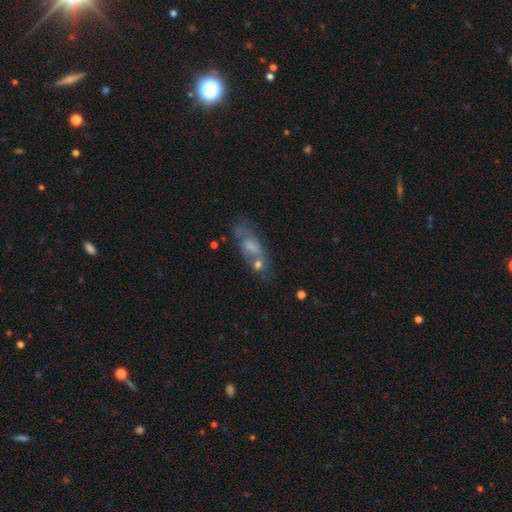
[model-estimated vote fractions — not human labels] smooth-or-featured: featured or disk: 44% | smooth: 38% | star or artifact: 18%
  merging: none: 52% | merger: 18% | minor disturbance: 17% | major disturbance: 12%